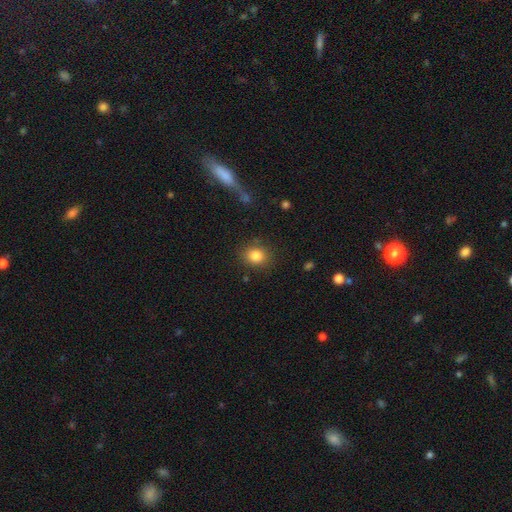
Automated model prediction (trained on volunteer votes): smooth 83%, star or artifact 11%, featured or disk 6%. Down the decision tree: how rounded — round (70%); merging — none (85%).